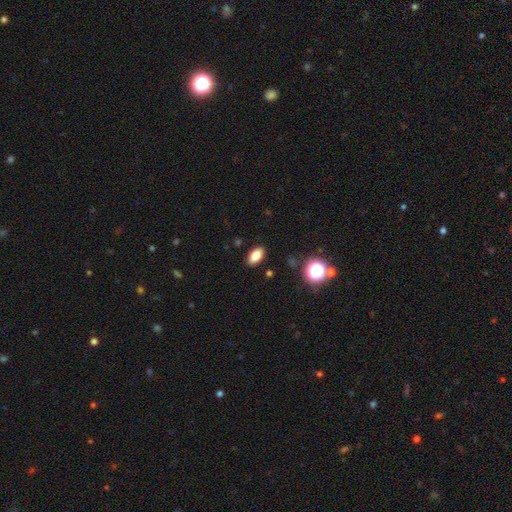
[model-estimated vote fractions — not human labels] Q: Smooth or featured?
A: smooth (81%); runner-up: star or artifact (11%)
Q: How rounded?
A: in between (89%); runner-up: cigar-shaped (6%)
Q: Merging?
A: none (89%); runner-up: minor disturbance (8%)